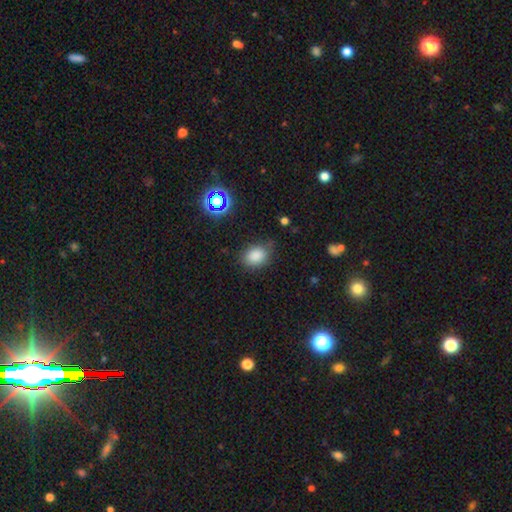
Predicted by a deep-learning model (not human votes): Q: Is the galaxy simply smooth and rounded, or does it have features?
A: smooth — 83%.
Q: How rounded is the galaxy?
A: in between — 66%.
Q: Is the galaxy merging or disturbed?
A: none — 74%.